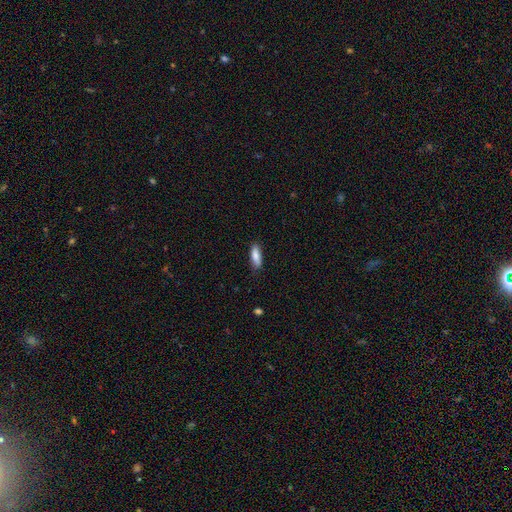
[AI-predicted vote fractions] Morphology: type=smooth (85%); roundness=in between (57%); merging=none (83%).